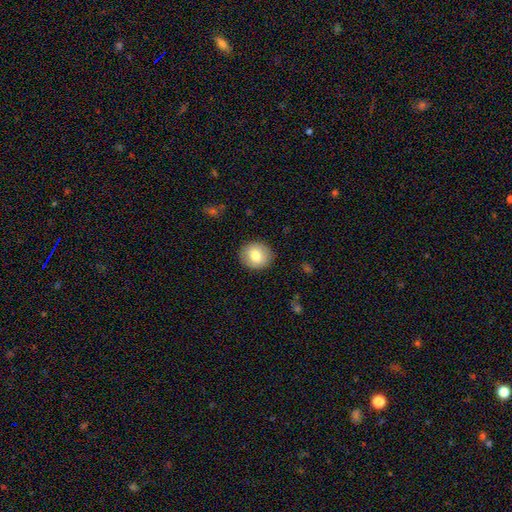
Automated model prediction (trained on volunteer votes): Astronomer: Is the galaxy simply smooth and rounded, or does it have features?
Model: smooth — 77%.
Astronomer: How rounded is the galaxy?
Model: round — 80%.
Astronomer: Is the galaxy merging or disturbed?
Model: none — 90%.